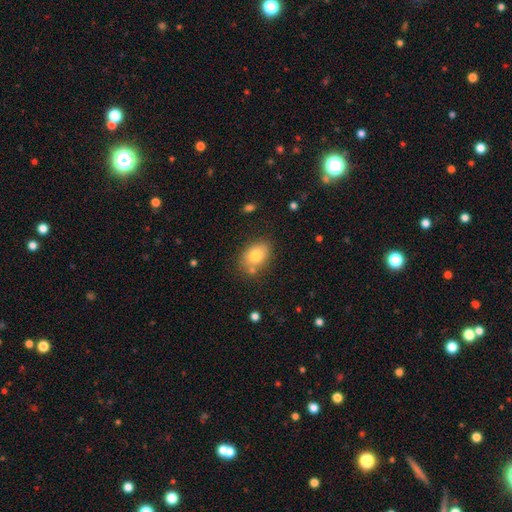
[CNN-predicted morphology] Smooth or featured? Predicted: smooth (p=0.78). How rounded? Predicted: in between (p=0.74). Merging? Predicted: none (p=0.72).